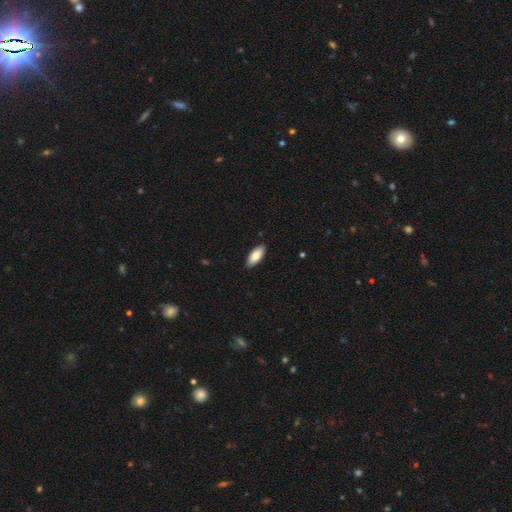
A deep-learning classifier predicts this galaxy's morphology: A smooth galaxy with no disk features (83%) that is in between round and cigar-shaped (85%).

Vote fractions:
- Smooth or featured? smooth: 83% / featured or disk: 11% / star or artifact: 6%
- How rounded? in between: 85% / cigar-shaped: 13% / round: 2%
- Merging? none: 89% / minor disturbance: 8% / major disturbance: 2% / merger: 1%